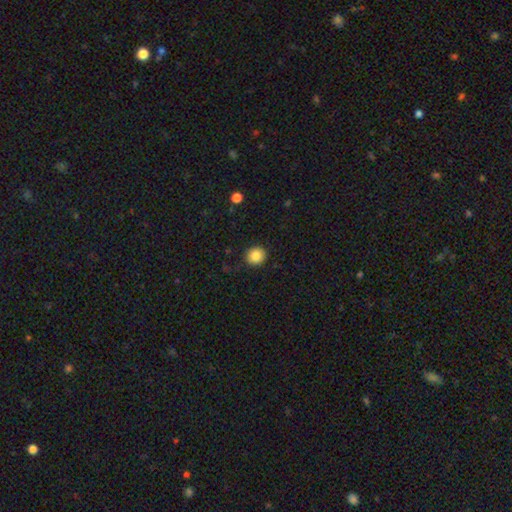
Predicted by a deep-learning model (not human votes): smooth 86%, star or artifact 9%, featured or disk 5%. Down the decision tree: how rounded — round (88%); merging — none (90%).